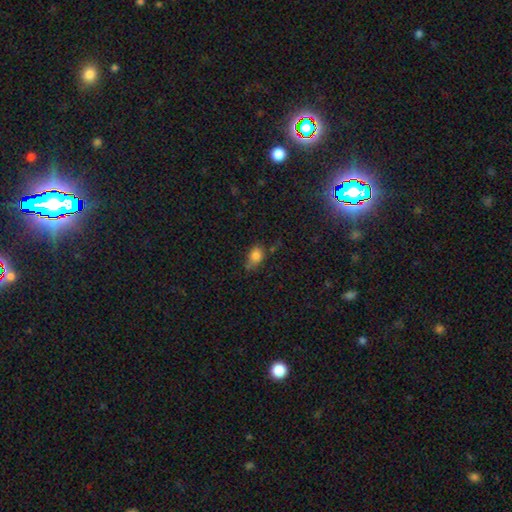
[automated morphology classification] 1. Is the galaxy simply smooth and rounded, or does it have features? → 81% smooth, 11% star or artifact, 8% featured or disk.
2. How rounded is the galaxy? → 71% in between, 27% round, 2% cigar-shaped.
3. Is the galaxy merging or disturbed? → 54% none, 30% minor disturbance, 8% merger, 8% major disturbance.